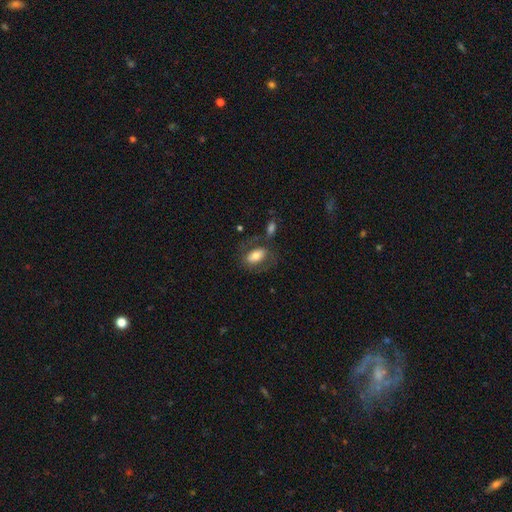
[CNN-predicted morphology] The model was most divided on "smooth or featured": smooth: 65%, featured or disk: 27%, star or artifact: 7%. More confident: how rounded — in between (89%); merging — none (55%).